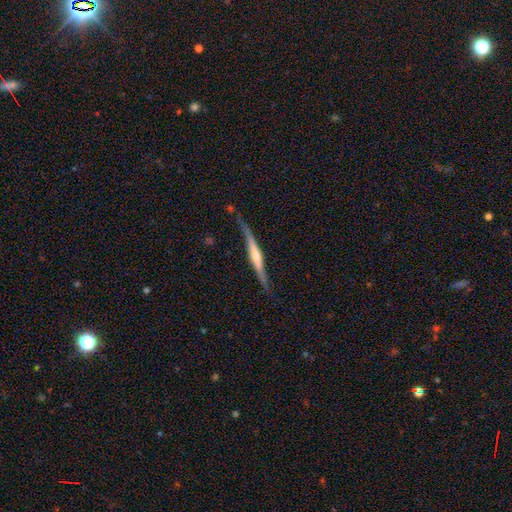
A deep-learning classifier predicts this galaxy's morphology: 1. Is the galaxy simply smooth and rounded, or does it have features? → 76% featured or disk, 19% smooth, 5% star or artifact.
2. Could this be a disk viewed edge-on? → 94% yes, 6% no.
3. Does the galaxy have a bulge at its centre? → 65% rounded, 20% none, 15% boxy.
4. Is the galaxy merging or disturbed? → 73% none, 19% minor disturbance, 5% major disturbance, 2% merger.